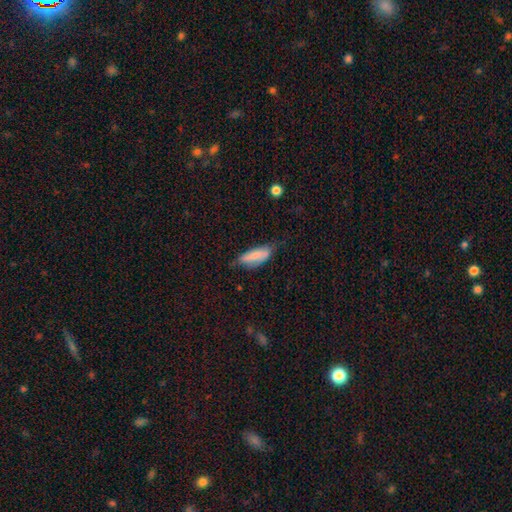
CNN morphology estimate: Smooth or featured: smooth — 76% (featured or disk — 17%)
How rounded: in between — 67% (cigar-shaped — 31%)
Merging: none — 48% (minor disturbance — 38%)